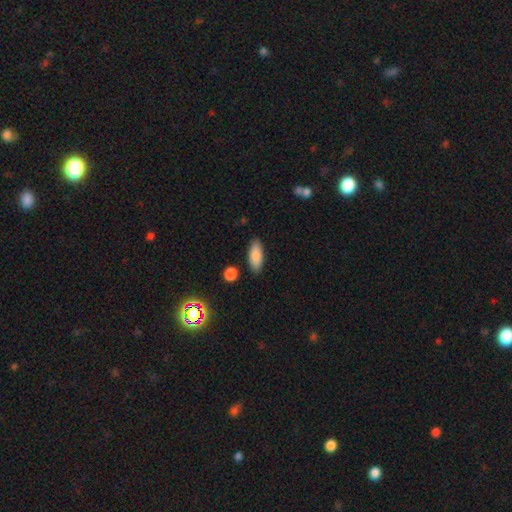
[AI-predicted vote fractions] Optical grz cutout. It shows a smooth galaxy with no disk features (84%) that is in between round and cigar-shaped (79%). Merging: none (86%).